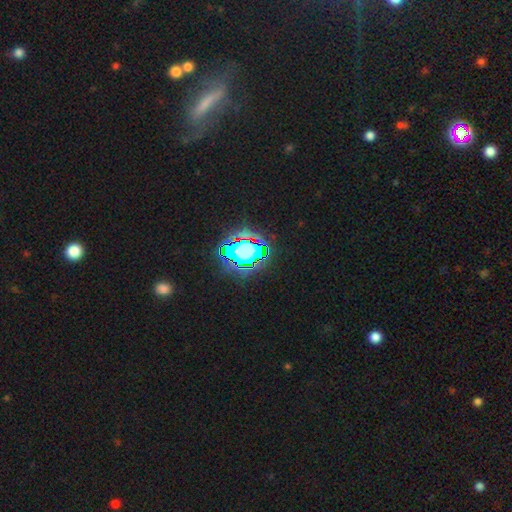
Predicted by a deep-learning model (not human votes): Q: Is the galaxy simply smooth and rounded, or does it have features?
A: star or artifact — 75%.